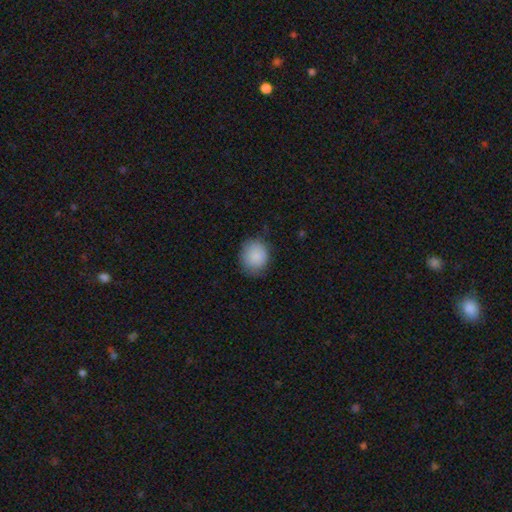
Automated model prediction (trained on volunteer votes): Morphology: type=smooth (86%); roundness=round (77%); merging=none (74%).